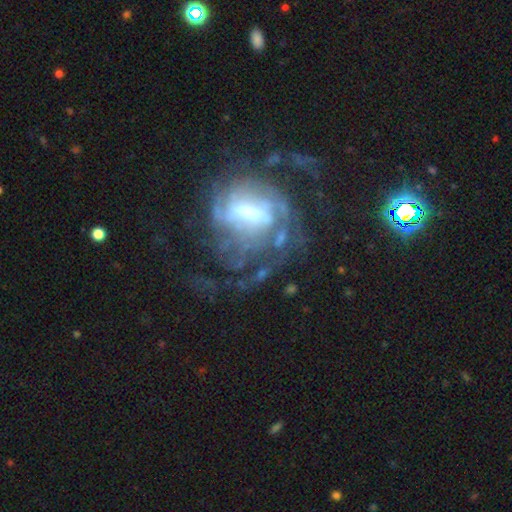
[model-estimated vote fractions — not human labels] Morphology: type=featured or disk (78%); edge-on=no (94%); bar=weak (42%); spiral arms=yes (87%); winding=tight (51%); arm count=can't tell (43%); bulge=moderate (44%); merging=none (55%).